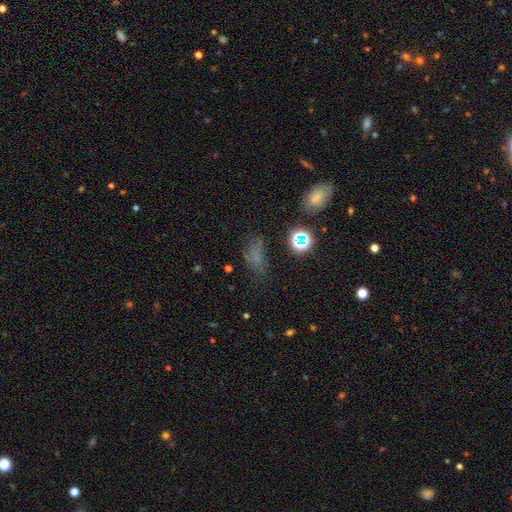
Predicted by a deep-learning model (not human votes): Morphology: type=smooth (55%); roundness=in between (72%); merging=none (48%).